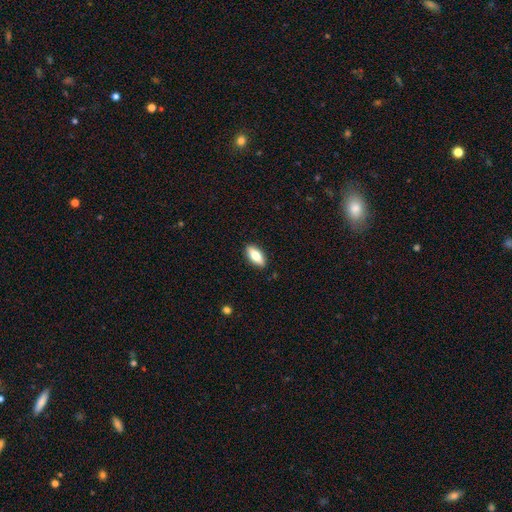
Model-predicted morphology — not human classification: Smooth or featured: smooth — 68% (featured or disk — 26%)
How rounded: in between — 75% (cigar-shaped — 22%)
Merging: none — 89% (minor disturbance — 8%)